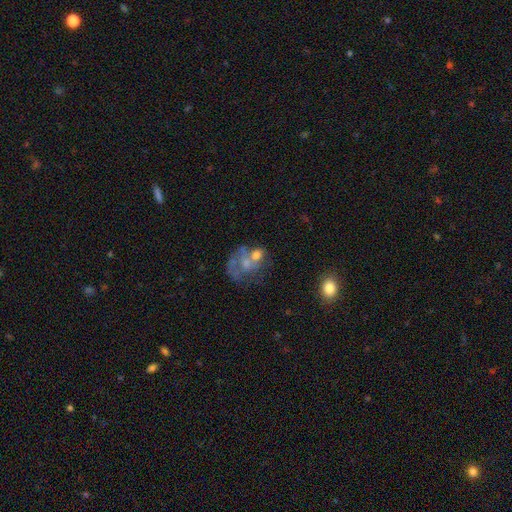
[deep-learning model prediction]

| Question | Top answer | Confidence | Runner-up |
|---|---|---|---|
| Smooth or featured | featured or disk | 45% | smooth (43%) |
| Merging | merger | 42% | major disturbance (23%) |